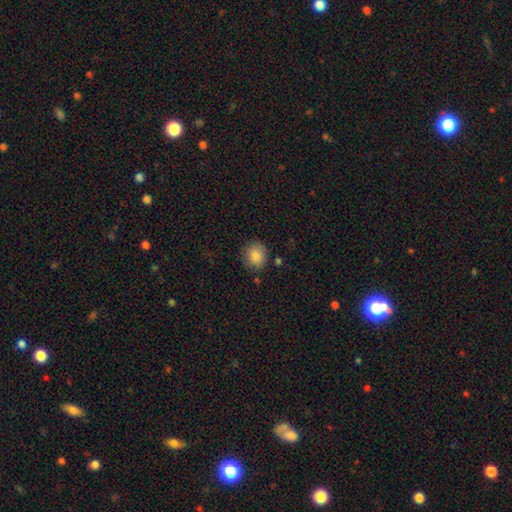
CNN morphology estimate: smooth 87%, star or artifact 9%, featured or disk 4%. Down the decision tree: how rounded — round (78%); merging — none (82%).